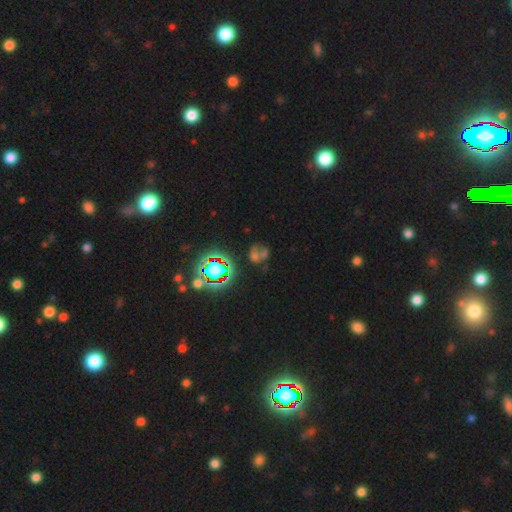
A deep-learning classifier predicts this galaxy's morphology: This is possibly a star or artifact rather than a galaxy (45%).